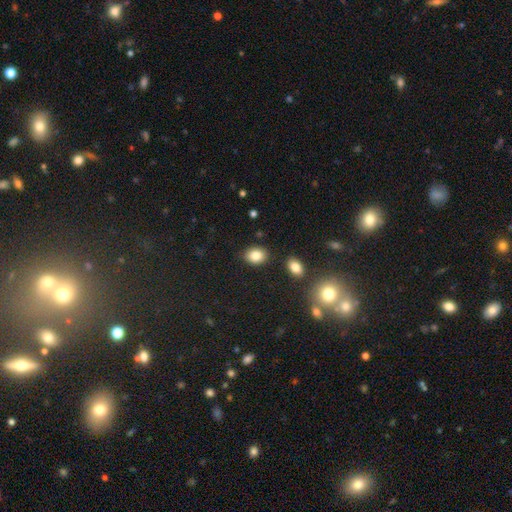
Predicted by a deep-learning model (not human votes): Smooth or featured? Predicted: smooth (p=0.84). How rounded? Predicted: in between (p=0.65). Merging? Predicted: none (p=0.84).